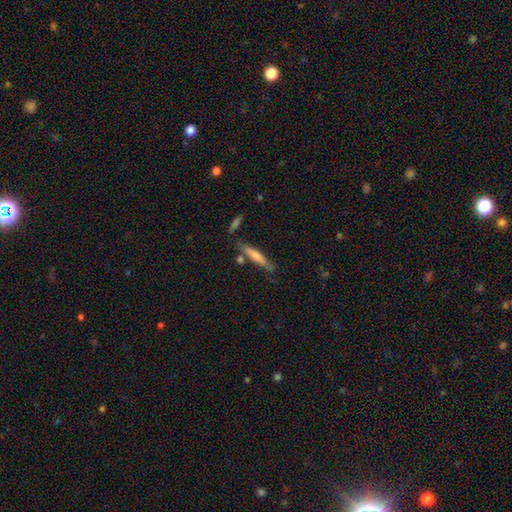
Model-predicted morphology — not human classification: A smooth galaxy with no disk features (64%) that is cigar-shaped (90%).

Vote fractions:
- Smooth or featured? smooth: 64% / featured or disk: 31% / star or artifact: 6%
- How rounded? cigar-shaped: 90% / in between: 9% / round: 1%
- Merging? none: 74% / minor disturbance: 15% / merger: 8% / major disturbance: 3%